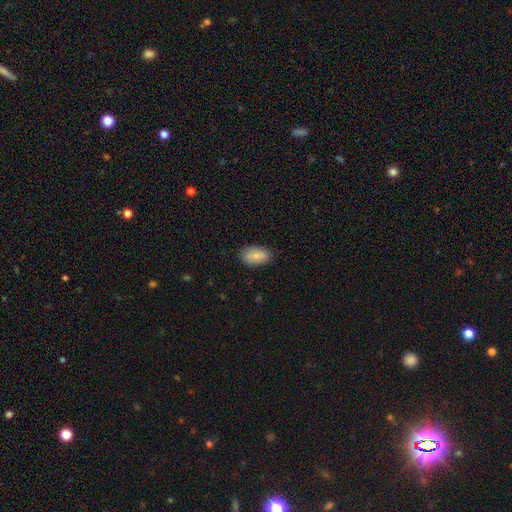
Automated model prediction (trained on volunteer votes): smooth_or_featured: smooth (p=0.84) [alt: featured or disk p=0.09]
how_rounded: in between (p=0.93) [alt: round p=0.06]
merging: none (p=0.83) [alt: minor disturbance p=0.14]